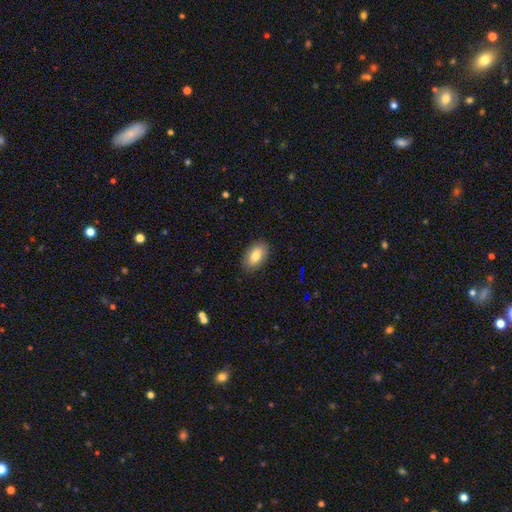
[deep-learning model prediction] Q: Smooth or featured?
A: smooth (83%); runner-up: featured or disk (10%)
Q: How rounded?
A: in between (92%); runner-up: round (6%)
Q: Merging?
A: none (87%); runner-up: minor disturbance (9%)